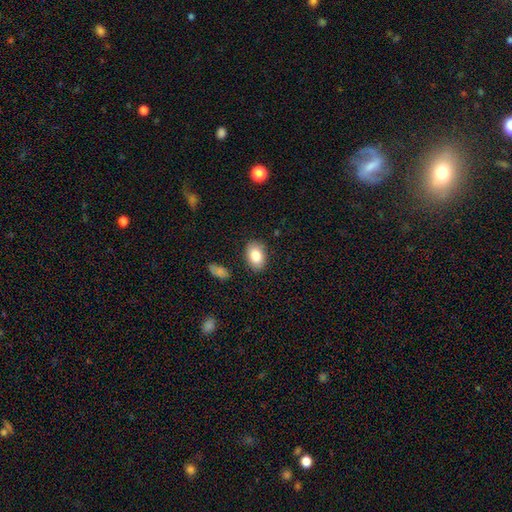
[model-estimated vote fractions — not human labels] smooth 84%, featured or disk 9%, star or artifact 7%. Down the decision tree: how rounded — in between (85%); merging — none (84%).